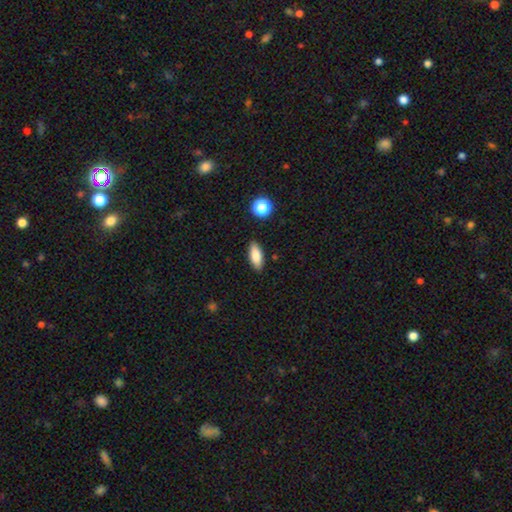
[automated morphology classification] A smooth galaxy with no disk features (81%) that is in between round and cigar-shaped (76%). Merging: none (88%).